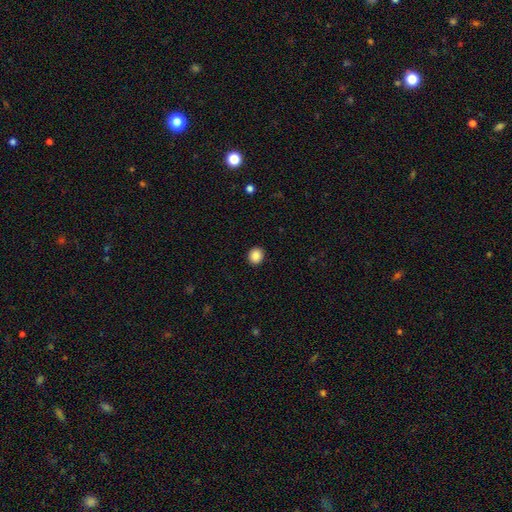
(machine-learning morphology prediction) Q: Smooth or featured?
A: smooth (88%); runner-up: star or artifact (9%)
Q: How rounded?
A: round (82%); runner-up: in between (17%)
Q: Merging?
A: none (92%); runner-up: minor disturbance (5%)